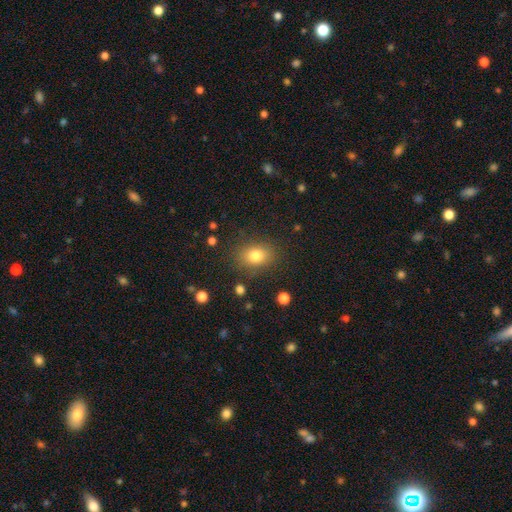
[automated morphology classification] Smooth or featured? Predicted: smooth (p=0.79). How rounded? Predicted: in between (p=0.63). Merging? Predicted: none (p=0.83).